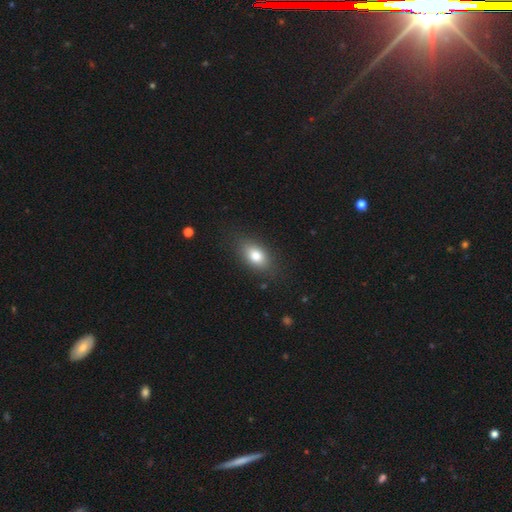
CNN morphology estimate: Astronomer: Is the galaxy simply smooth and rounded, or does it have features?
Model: smooth — 80%.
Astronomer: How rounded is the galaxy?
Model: in between — 87%.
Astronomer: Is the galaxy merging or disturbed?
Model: none — 83%.